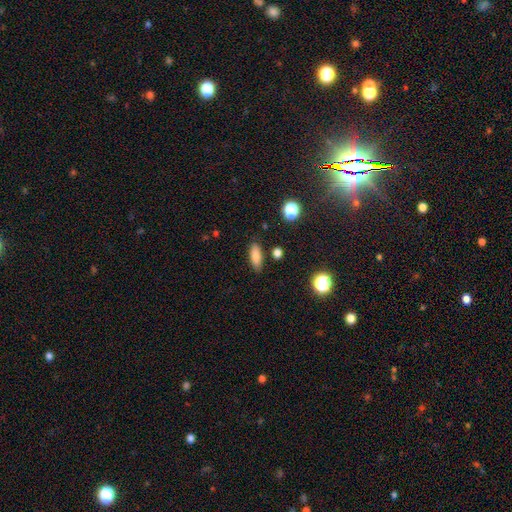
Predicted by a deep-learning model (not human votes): Smooth or featured?
  - smooth: 84% *
  - star or artifact: 9%
  - featured or disk: 7%
How rounded?
  - in between: 68% *
  - cigar-shaped: 28%
  - round: 4%
Merging?
  - none: 86% *
  - minor disturbance: 10%
  - major disturbance: 2%
  - merger: 2%